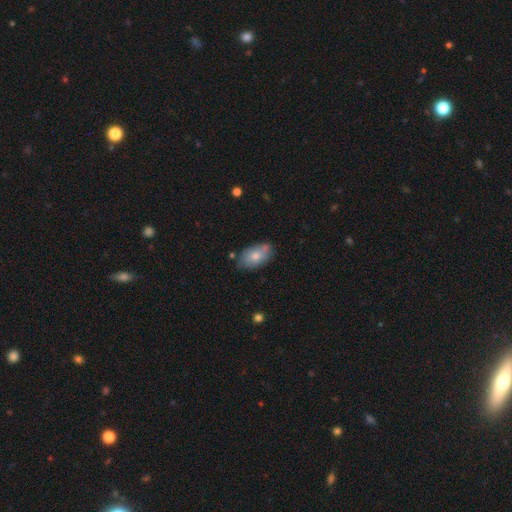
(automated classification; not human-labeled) Smooth or featured? smooth (75%)
How rounded? in between (93%)
Merging? none (69%)